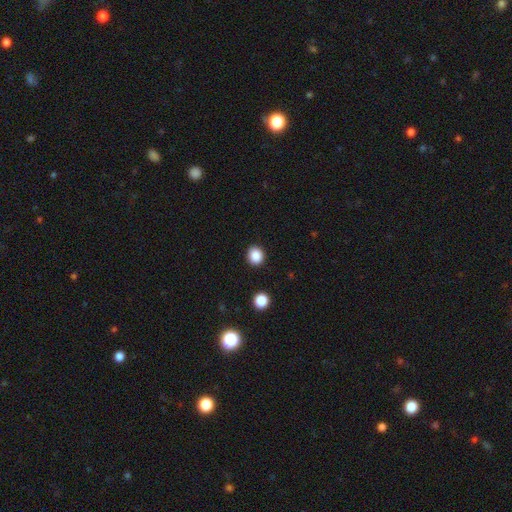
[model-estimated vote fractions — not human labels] A smooth galaxy with no disk features (86%) that is round (75%).

Vote fractions:
- Smooth or featured? smooth: 86% / star or artifact: 10% / featured or disk: 3%
- How rounded? round: 75% / in between: 24% / cigar-shaped: 1%
- Merging? none: 91% / minor disturbance: 6% / major disturbance: 2% / merger: 1%